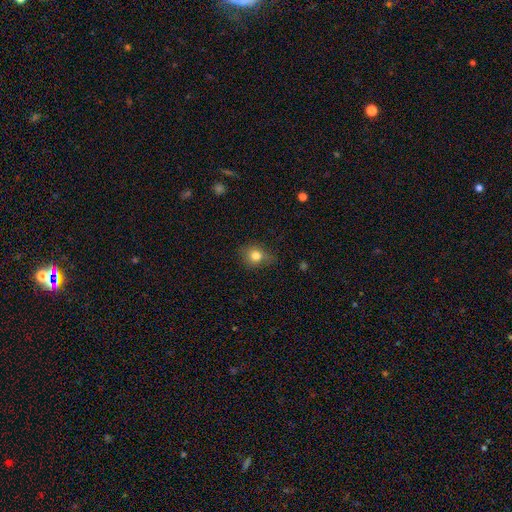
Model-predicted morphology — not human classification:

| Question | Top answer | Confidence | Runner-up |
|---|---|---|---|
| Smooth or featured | smooth | 80% | star or artifact (11%) |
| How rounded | round | 68% | in between (30%) |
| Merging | none | 68% | minor disturbance (24%) |